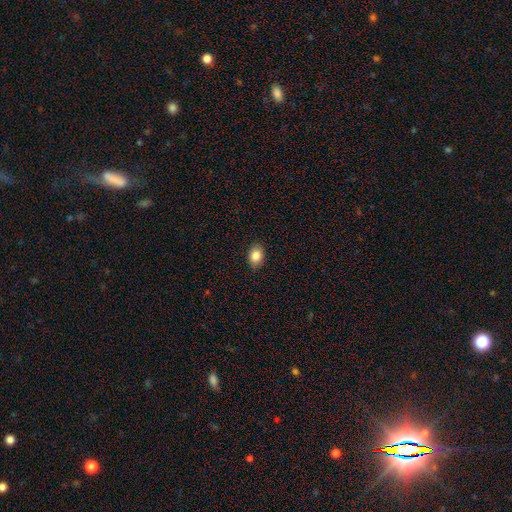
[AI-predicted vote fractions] This is clearly a smooth galaxy (85%). How rounded: likely in between (69%). Merging: clearly none (88%).